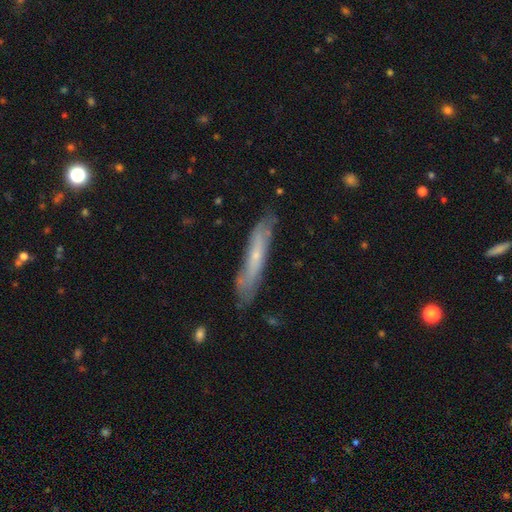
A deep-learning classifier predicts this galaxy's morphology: Smooth or featured: featured or disk — 55% (smooth — 39%)
Edge-on disk: yes — 64% (no — 36%)
Merging: none — 73% (minor disturbance — 20%)